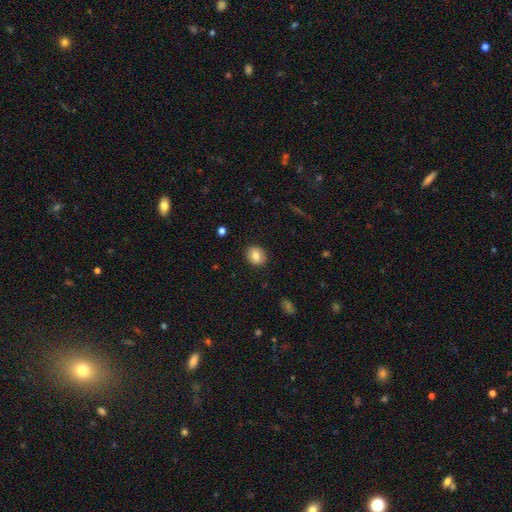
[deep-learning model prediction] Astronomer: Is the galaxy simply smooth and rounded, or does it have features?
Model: smooth — 78%.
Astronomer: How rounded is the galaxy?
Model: round — 73%.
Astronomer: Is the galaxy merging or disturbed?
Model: none — 88%.